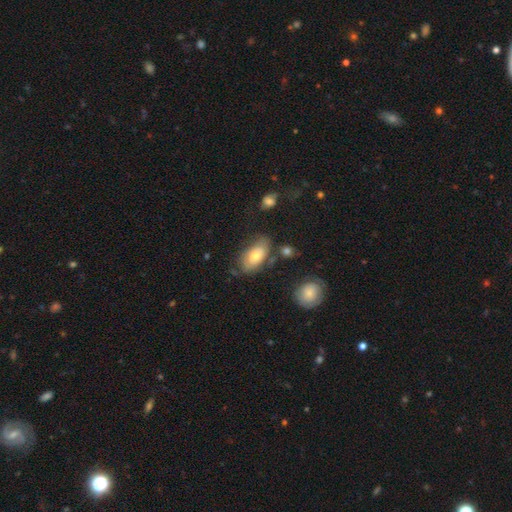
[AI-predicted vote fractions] Overall: smooth (70%). How rounded: in between (92%). Merging: none (60%; minor disturbance 25%).